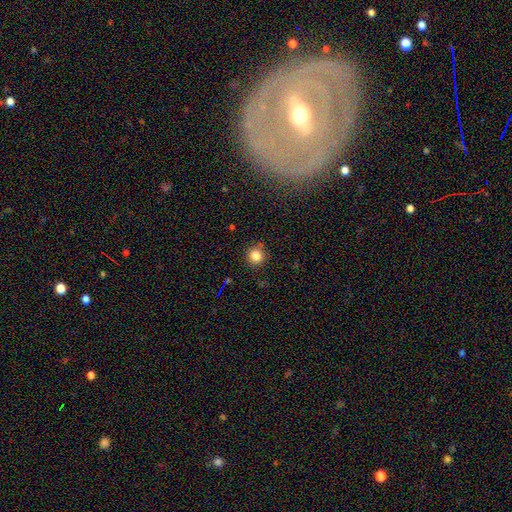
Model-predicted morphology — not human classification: Overall: smooth (83%). How rounded: round (92%). Merging: none (86%).